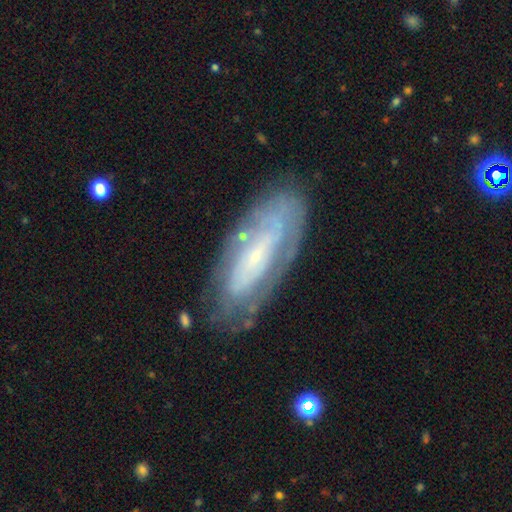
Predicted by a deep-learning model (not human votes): featured or disk 69%, smooth 24%, star or artifact 7%. Down the decision tree: edge-on disk — no (85%); bar — no (60%); spiral arms — yes (69%); bulge size — small (77%); merging — none (71%).